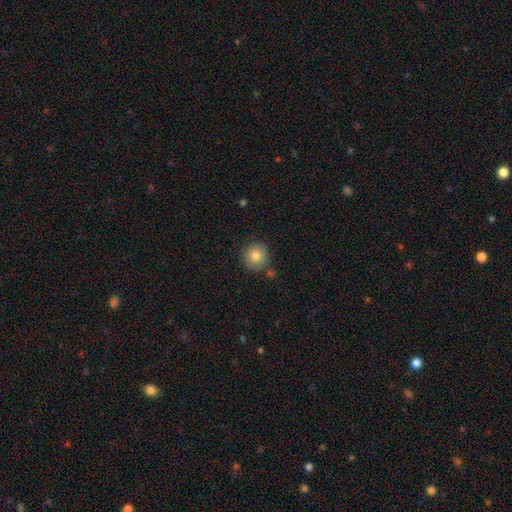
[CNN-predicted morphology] A smooth galaxy with no disk features (81%) that is round (92%).

Vote fractions:
- Smooth or featured? smooth: 81% / featured or disk: 10% / star or artifact: 9%
- How rounded? round: 92% / in between: 7% / cigar-shaped: 1%
- Merging? none: 82% / minor disturbance: 10% / merger: 5% / major disturbance: 2%